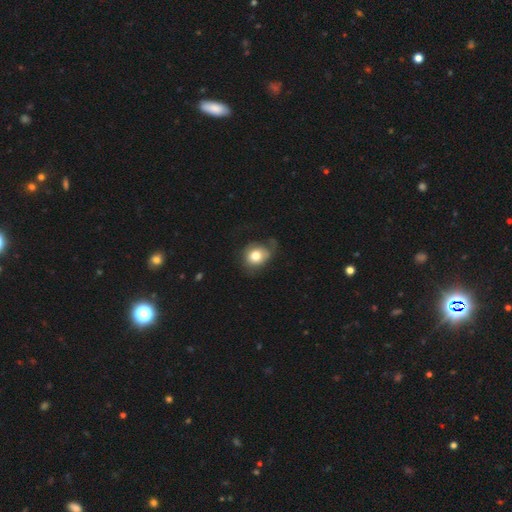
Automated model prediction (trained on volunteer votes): Smooth or featured?
  - smooth: 75% *
  - featured or disk: 16%
  - star or artifact: 9%
How rounded?
  - round: 68% *
  - in between: 32%
  - cigar-shaped: 1%
Merging?
  - none: 51% *
  - minor disturbance: 30%
  - major disturbance: 16%
  - merger: 2%